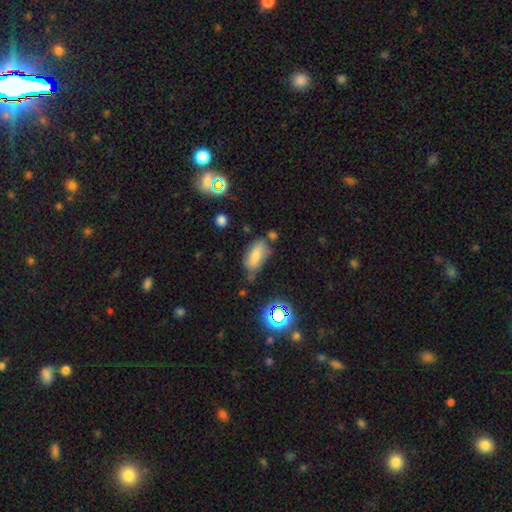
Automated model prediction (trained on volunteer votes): Overall: smooth (70%). How rounded: in between (84%). Merging: none (52%; minor disturbance 29%).